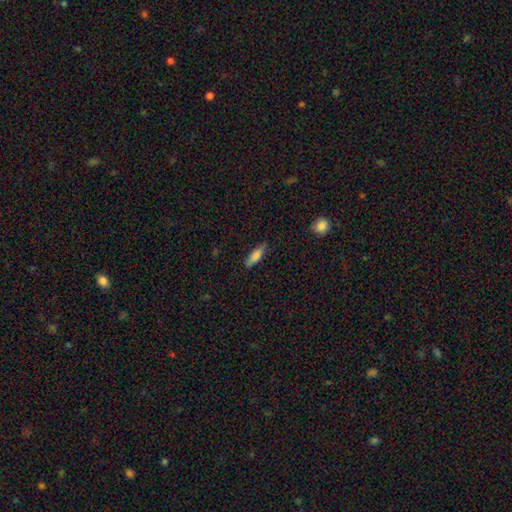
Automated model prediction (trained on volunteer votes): Smooth or featured? smooth (78%)
How rounded? cigar-shaped (54%)
Merging? none (84%)